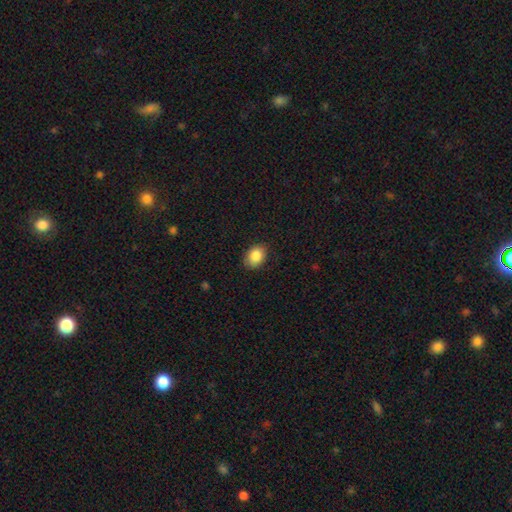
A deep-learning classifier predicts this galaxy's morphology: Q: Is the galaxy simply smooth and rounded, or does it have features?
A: smooth — 87%.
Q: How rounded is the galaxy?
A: in between — 68%.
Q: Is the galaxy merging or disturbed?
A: none — 85%.